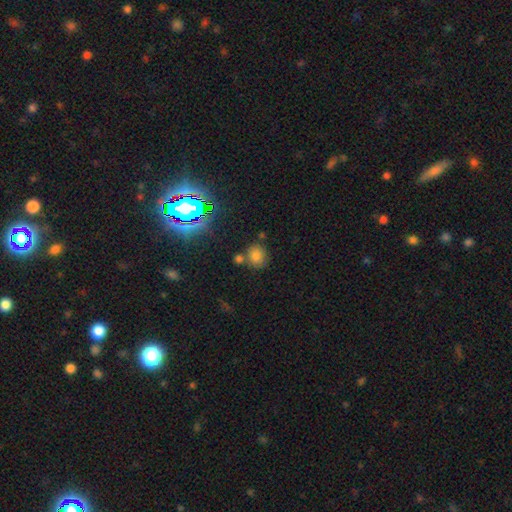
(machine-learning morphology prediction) This appears to be a smooth galaxy with no disk features (74%) that is round (74%). Merging: none (67%).